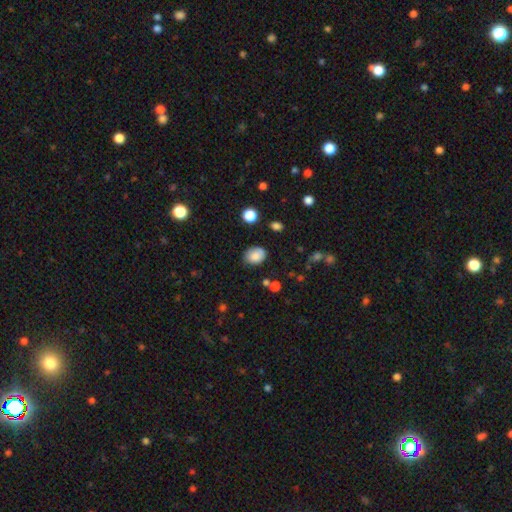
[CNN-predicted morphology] This appears to be a smooth galaxy with no disk features (84%) that is in between round and cigar-shaped (61%). Merging: none (76%).